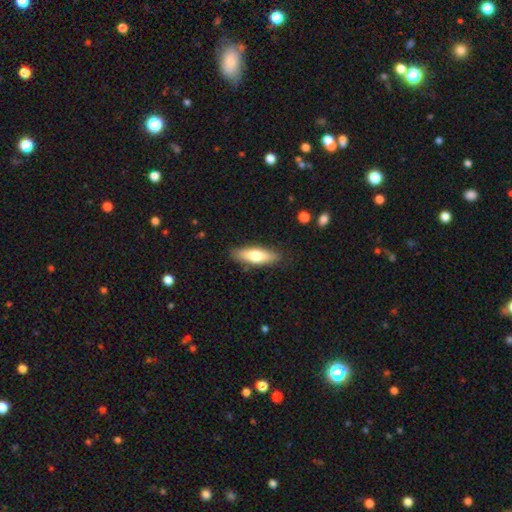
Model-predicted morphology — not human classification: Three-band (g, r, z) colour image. It shows a smooth galaxy with no disk features (68%) that is cigar-shaped (50%). Merging: none (85%).